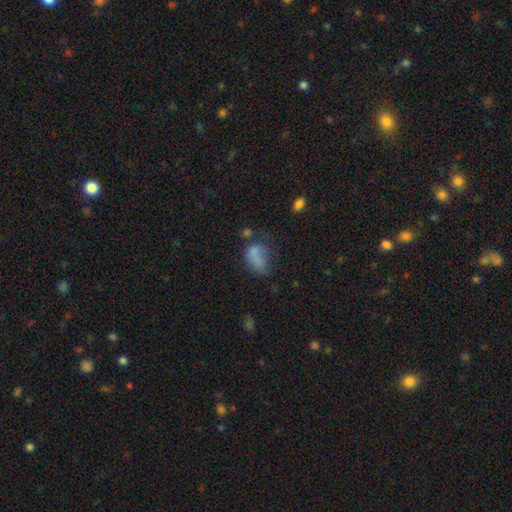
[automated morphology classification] smooth_or_featured: smooth (p=0.68) [alt: featured or disk p=0.19]
how_rounded: in between (p=0.79) [alt: round p=0.19]
merging: major disturbance (p=0.32) [alt: none p=0.31]